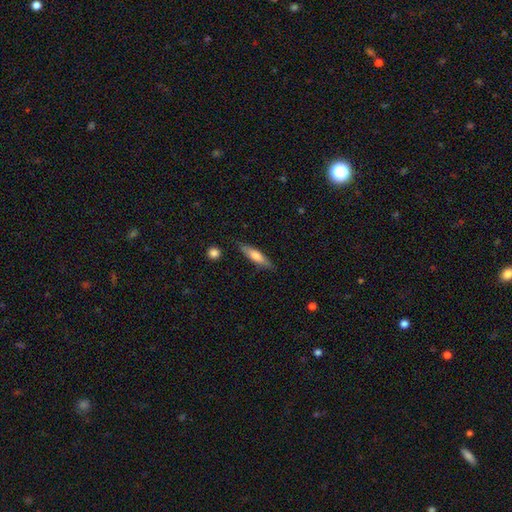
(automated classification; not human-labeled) Morphology: type=smooth (60%); roundness=cigar-shaped (76%); merging=none (85%).